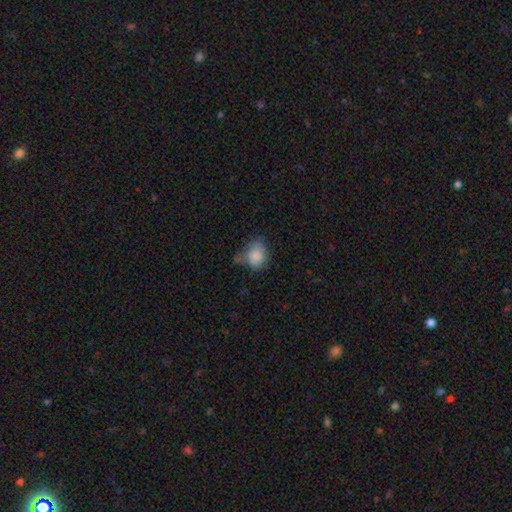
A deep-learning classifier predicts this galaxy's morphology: This is clearly a smooth galaxy (83%). How rounded: possibly in between (57%). Merging: possibly none (45%).